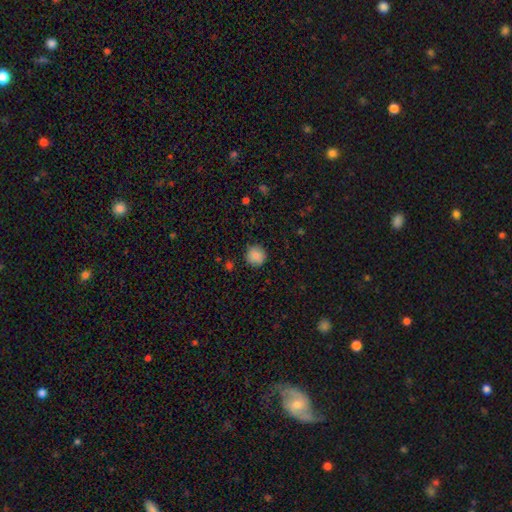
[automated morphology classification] Smooth or featured?
  - smooth: 86% *
  - star or artifact: 9%
  - featured or disk: 5%
How rounded?
  - round: 94% *
  - in between: 5%
  - cigar-shaped: 1%
Merging?
  - none: 89% *
  - minor disturbance: 8%
  - major disturbance: 2%
  - merger: 1%